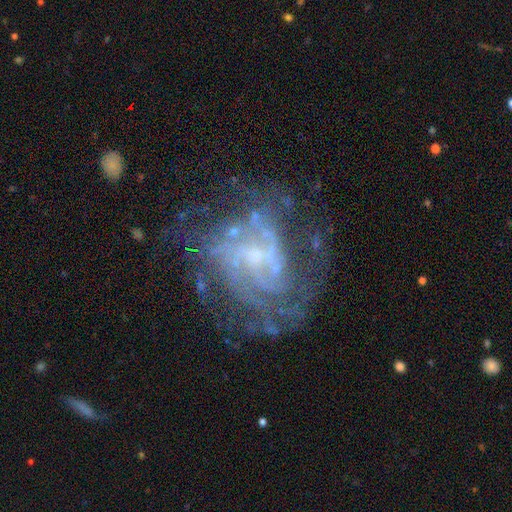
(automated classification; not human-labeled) This appears to be a featured or disk galaxy (83%) with no bar (56%), tight (44%) spiral arms (86%) and a small central bulge (60%). Merging: none (56%).